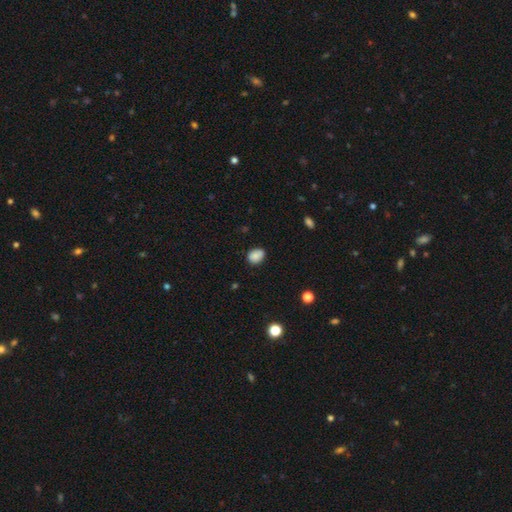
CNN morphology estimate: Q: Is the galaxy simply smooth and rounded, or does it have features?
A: smooth — 85%.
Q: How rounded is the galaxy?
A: in between — 56%.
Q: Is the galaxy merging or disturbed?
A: none — 77%.